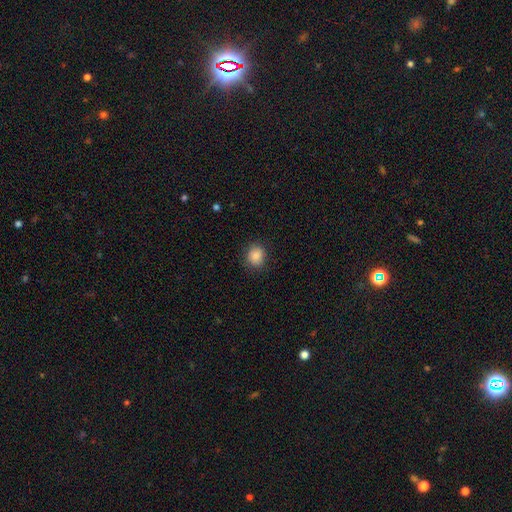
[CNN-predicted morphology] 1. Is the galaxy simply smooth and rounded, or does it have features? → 86% smooth, 9% star or artifact, 5% featured or disk.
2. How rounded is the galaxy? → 72% round, 27% in between, 1% cigar-shaped.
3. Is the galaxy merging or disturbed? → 86% none, 10% minor disturbance, 3% major disturbance, 1% merger.